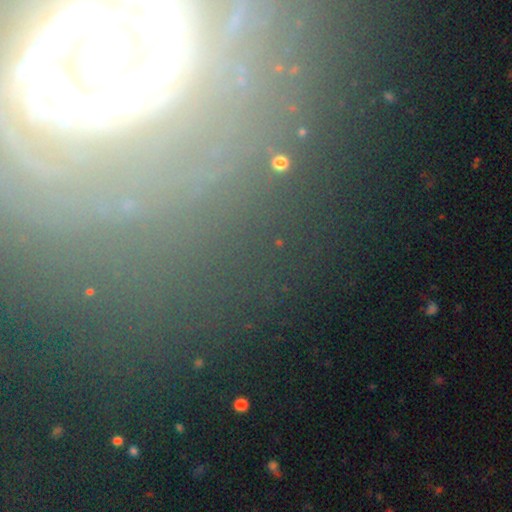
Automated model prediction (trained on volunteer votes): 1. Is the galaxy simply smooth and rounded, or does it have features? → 48% featured or disk, 34% star or artifact, 19% smooth.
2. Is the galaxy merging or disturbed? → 77% none, 11% minor disturbance, 8% major disturbance, 4% merger.